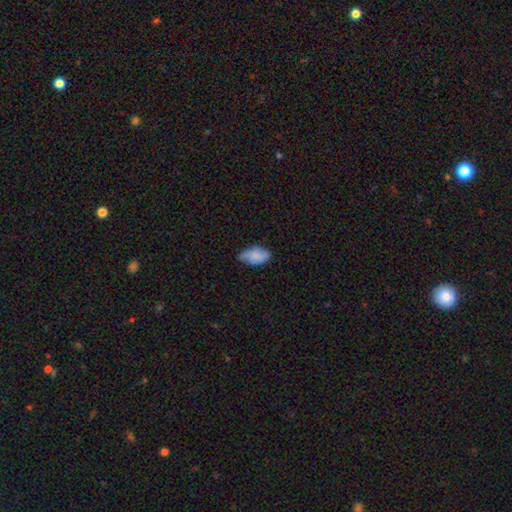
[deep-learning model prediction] Morphology: type=smooth (77%); roundness=in between (94%); merging=none (62%).